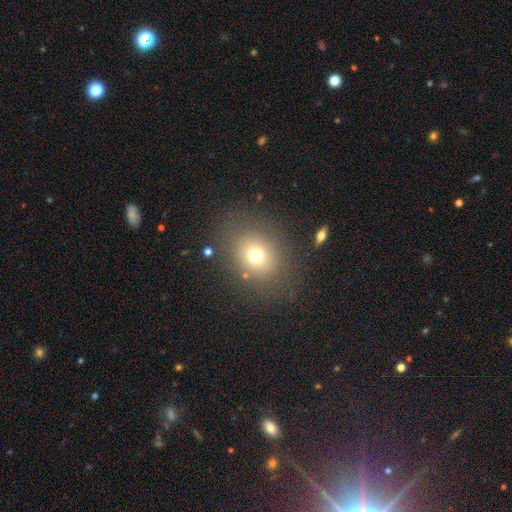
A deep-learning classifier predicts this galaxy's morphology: Smooth or featured? Predicted: smooth (p=0.71). How rounded? Predicted: round (p=0.59). Merging? Predicted: none (p=0.80).